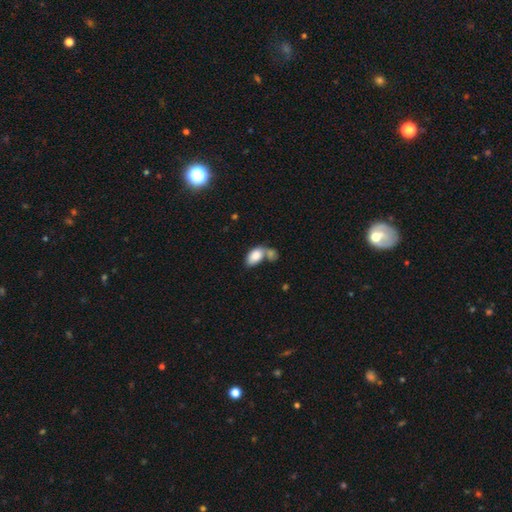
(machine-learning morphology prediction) This is clearly a smooth galaxy (83%). How rounded: clearly in between (92%). Merging: possibly merger (53%).